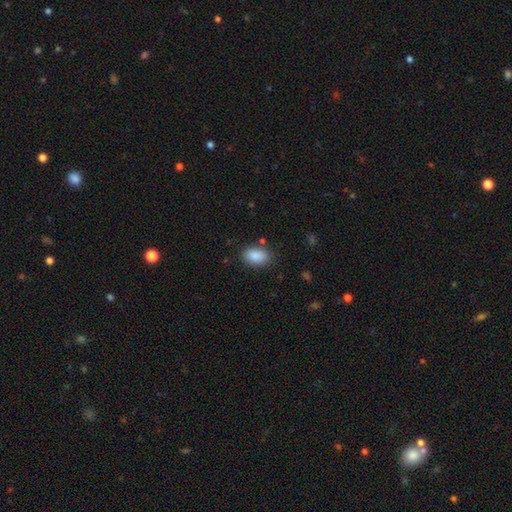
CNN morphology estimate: Smooth or featured?
  - smooth: 89% *
  - star or artifact: 7%
  - featured or disk: 4%
How rounded?
  - in between: 89% *
  - round: 10%
  - cigar-shaped: 1%
Merging?
  - none: 82% *
  - minor disturbance: 12%
  - major disturbance: 3%
  - merger: 2%